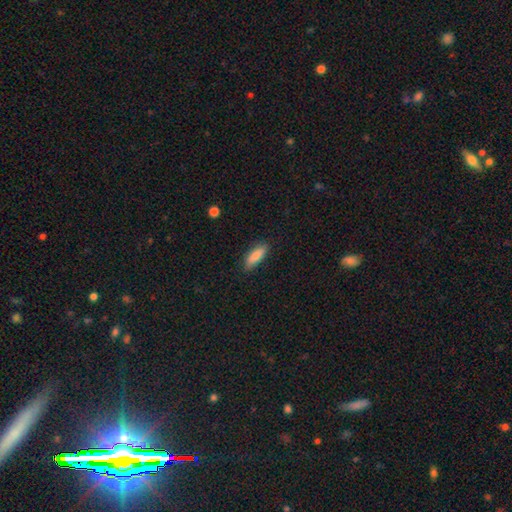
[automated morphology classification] smooth_or_featured: smooth (p=0.85) [alt: featured or disk p=0.09]
how_rounded: in between (p=0.58) [alt: cigar-shaped p=0.40]
merging: none (p=0.85) [alt: minor disturbance p=0.11]